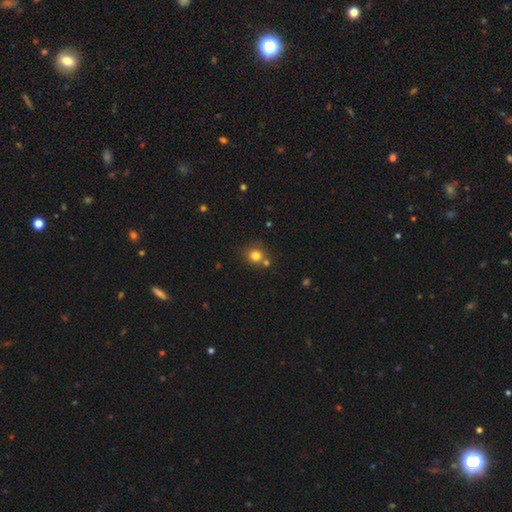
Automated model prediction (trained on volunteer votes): smooth-or-featured: smooth: 80% | star or artifact: 13% | featured or disk: 7%
  how-rounded: round: 85% | in between: 14% | cigar-shaped: 1%
  merging: none: 65% | merger: 21% | minor disturbance: 11% | major disturbance: 4%